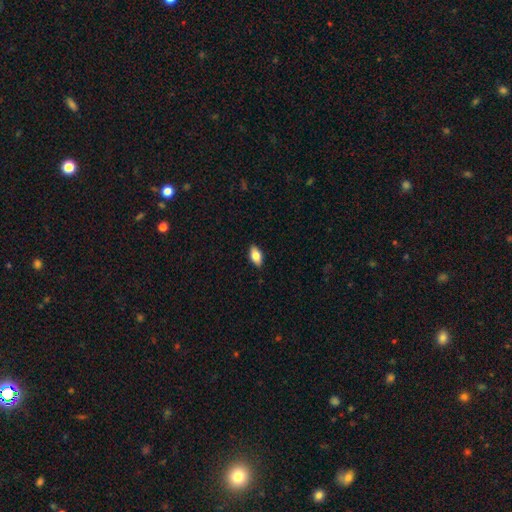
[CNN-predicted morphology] Smooth or featured: smooth — 81% (featured or disk — 12%)
How rounded: in between — 90% (cigar-shaped — 5%)
Merging: none — 87% (minor disturbance — 10%)